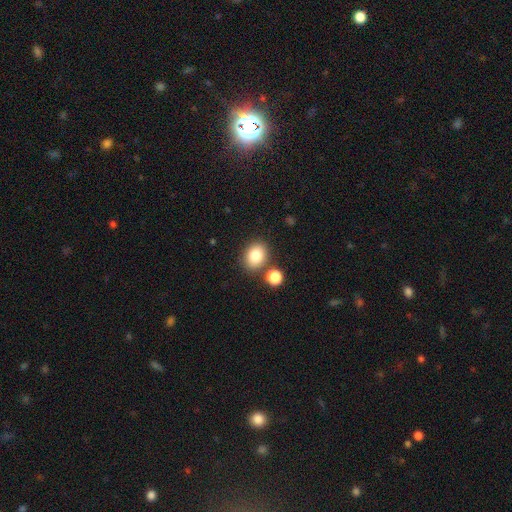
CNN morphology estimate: Smooth or featured? smooth (83%)
How rounded? round (50%)
Merging? none (77%)